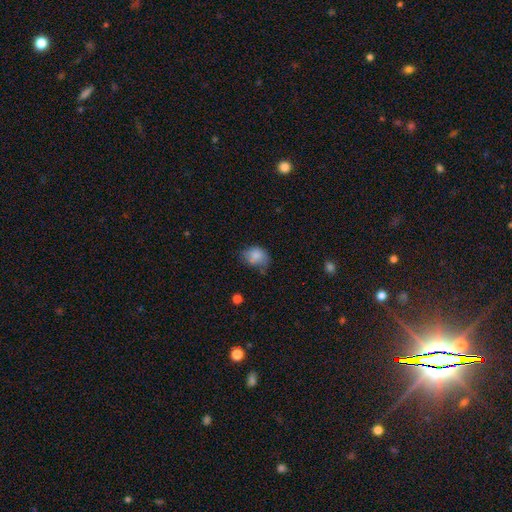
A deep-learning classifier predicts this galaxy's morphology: Q: Smooth or featured?
A: smooth (80%); runner-up: featured or disk (11%)
Q: How rounded?
A: in between (57%); runner-up: round (42%)
Q: Merging?
A: none (46%); runner-up: minor disturbance (35%)